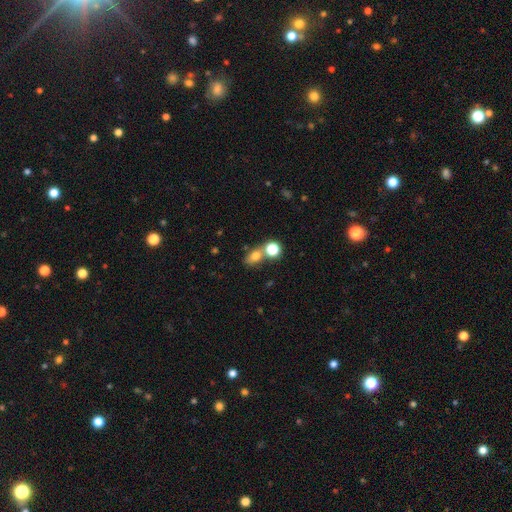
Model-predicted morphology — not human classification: smooth-or-featured: smooth: 69% | star or artifact: 17% | featured or disk: 13%
  how-rounded: in between: 58% | round: 37% | cigar-shaped: 5%
  merging: none: 54% | merger: 29% | minor disturbance: 12% | major disturbance: 6%